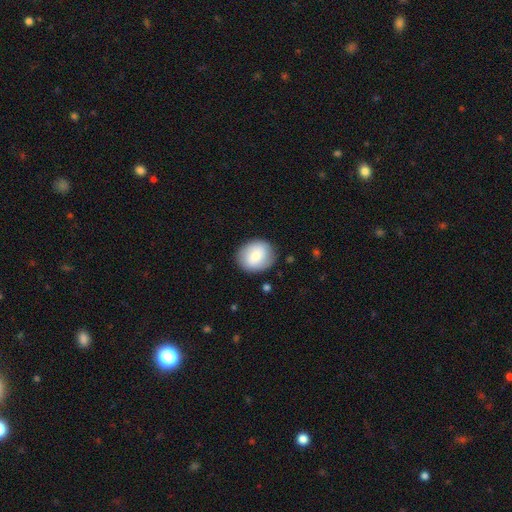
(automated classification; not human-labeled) smooth-or-featured: smooth: 74% | featured or disk: 19% | star or artifact: 7%
  how-rounded: round: 63% | in between: 36% | cigar-shaped: 1%
  merging: none: 85% | minor disturbance: 11% | major disturbance: 3% | merger: 1%